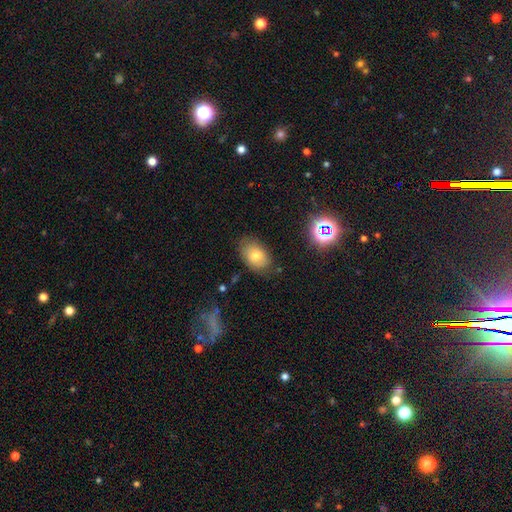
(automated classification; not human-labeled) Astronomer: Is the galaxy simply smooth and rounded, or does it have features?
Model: smooth — 70%.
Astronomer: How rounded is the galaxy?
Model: in between — 82%.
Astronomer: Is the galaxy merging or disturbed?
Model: none — 74%.